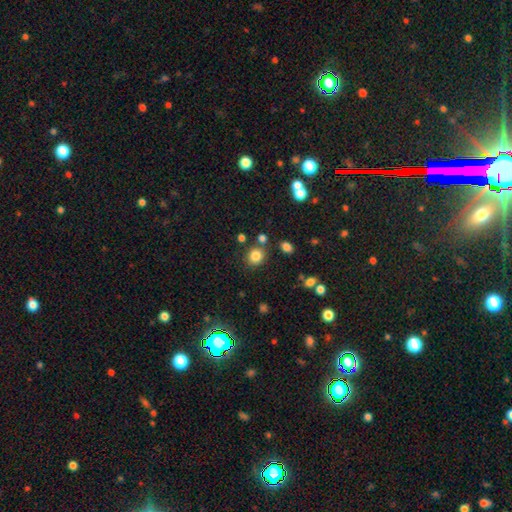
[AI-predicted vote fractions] This is clearly a smooth galaxy (83%). How rounded: clearly round (82%). Merging: likely none (78%).